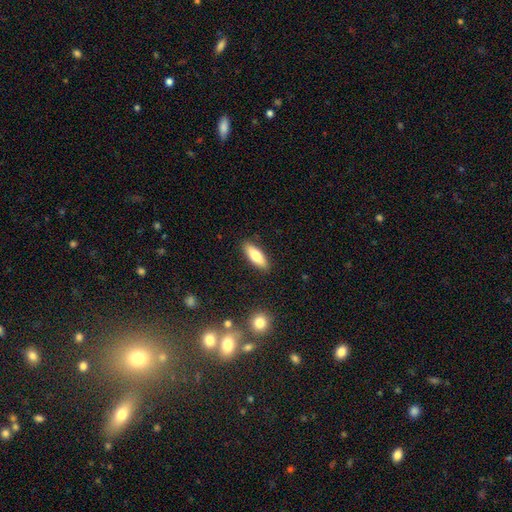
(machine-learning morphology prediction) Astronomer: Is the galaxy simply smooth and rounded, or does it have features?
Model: smooth — 78%.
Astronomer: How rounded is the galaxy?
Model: in between — 58% (runner-up: cigar-shaped, 40%).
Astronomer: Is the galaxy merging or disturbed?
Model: none — 88%.